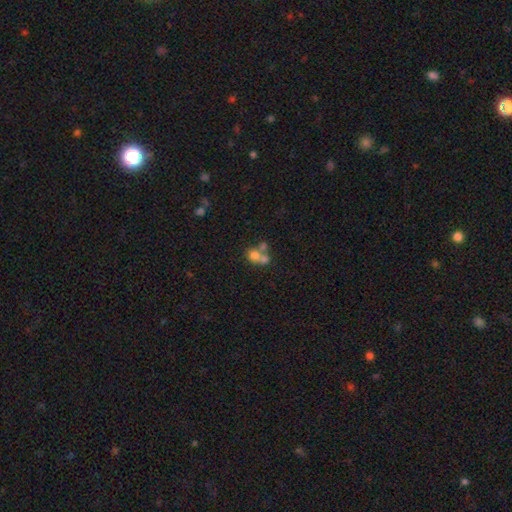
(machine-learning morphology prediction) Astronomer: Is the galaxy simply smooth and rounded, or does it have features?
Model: smooth — 65%.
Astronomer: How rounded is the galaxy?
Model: round — 63%.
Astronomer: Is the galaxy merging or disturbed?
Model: merger — 61%.